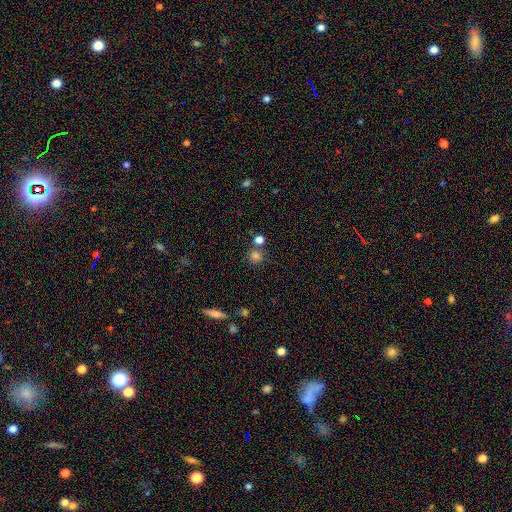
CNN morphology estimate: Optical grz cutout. It shows a smooth galaxy with no disk features (80%) that is round (89%). Merging: none (71%).